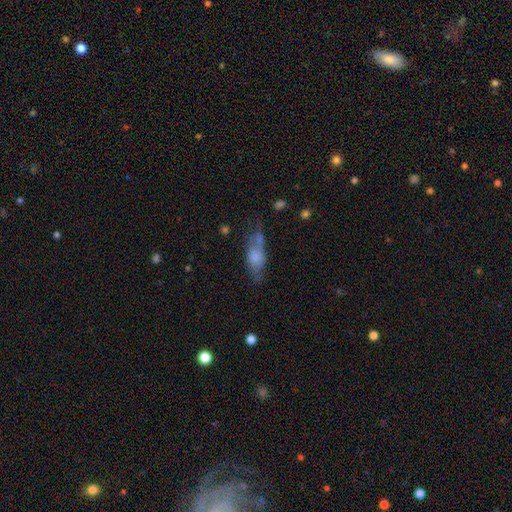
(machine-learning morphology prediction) Smooth or featured?
  - smooth: 57% *
  - featured or disk: 34%
  - star or artifact: 10%
How rounded?
  - in between: 62% *
  - cigar-shaped: 35%
  - round: 4%
Merging?
  - none: 46% *
  - minor disturbance: 28%
  - major disturbance: 18%
  - merger: 7%